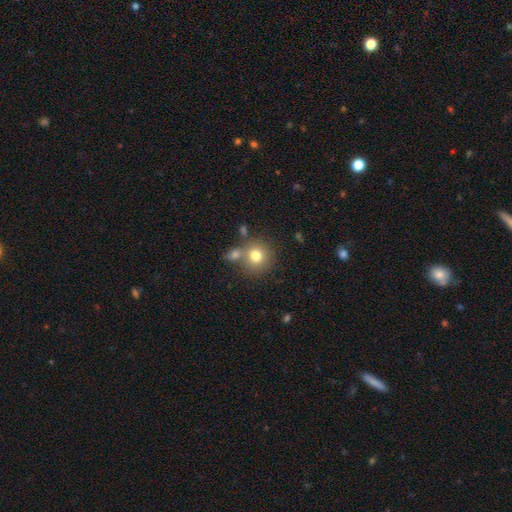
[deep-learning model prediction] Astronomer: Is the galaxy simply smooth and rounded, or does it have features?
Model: smooth — 78%.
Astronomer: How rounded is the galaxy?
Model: round — 88%.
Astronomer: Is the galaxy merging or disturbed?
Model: none — 63%.